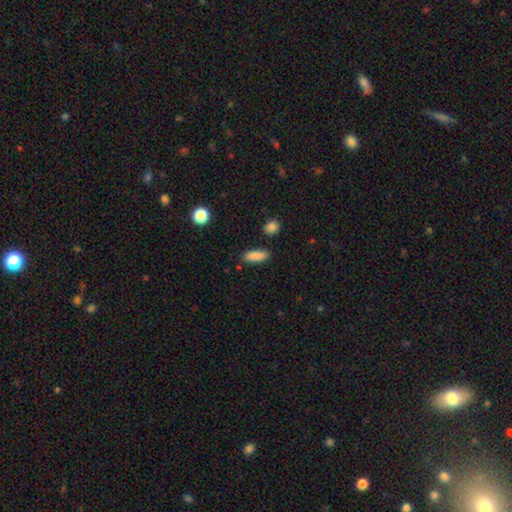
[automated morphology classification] smooth_or_featured: smooth (p=0.87) [alt: star or artifact p=0.08]
how_rounded: in between (p=0.63) [alt: cigar-shaped p=0.35]
merging: none (p=0.86) [alt: minor disturbance p=0.09]